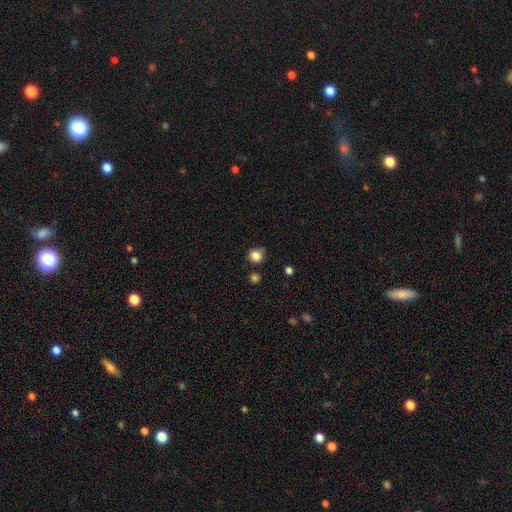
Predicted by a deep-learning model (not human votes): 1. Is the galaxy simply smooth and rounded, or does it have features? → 84% smooth, 11% star or artifact, 5% featured or disk.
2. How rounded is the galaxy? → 86% round, 13% in between, 1% cigar-shaped.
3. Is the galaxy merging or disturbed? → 72% none, 20% minor disturbance, 4% major disturbance, 4% merger.